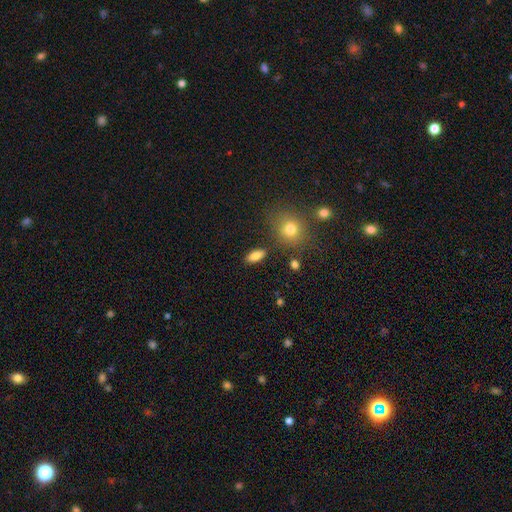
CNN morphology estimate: smooth-or-featured: smooth: 83% | star or artifact: 9% | featured or disk: 8%
  how-rounded: in between: 81% | cigar-shaped: 13% | round: 5%
  merging: none: 86% | minor disturbance: 8% | major disturbance: 3% | merger: 3%